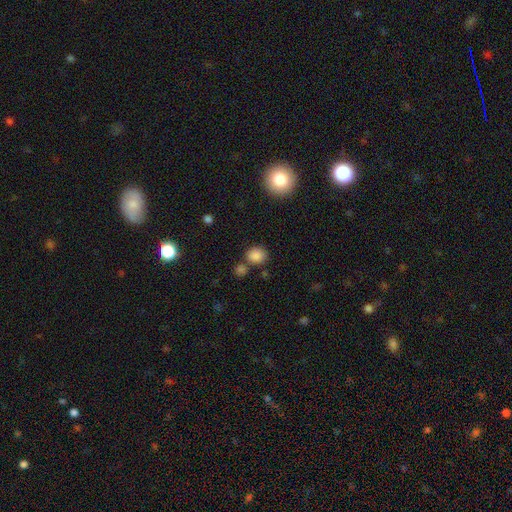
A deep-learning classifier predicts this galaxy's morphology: smooth 85%, star or artifact 11%, featured or disk 4%. Down the decision tree: how rounded — round (68%); merging — none (70%).